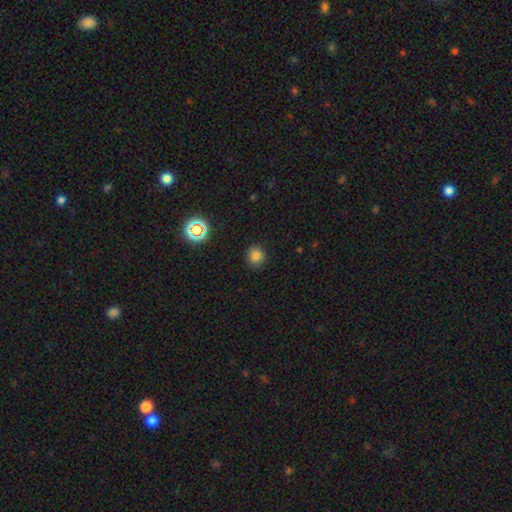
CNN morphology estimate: Smooth or featured?
  - smooth: 79% *
  - star or artifact: 16%
  - featured or disk: 5%
How rounded?
  - round: 86% *
  - in between: 13%
  - cigar-shaped: 1%
Merging?
  - none: 89% *
  - minor disturbance: 8%
  - major disturbance: 2%
  - merger: 1%